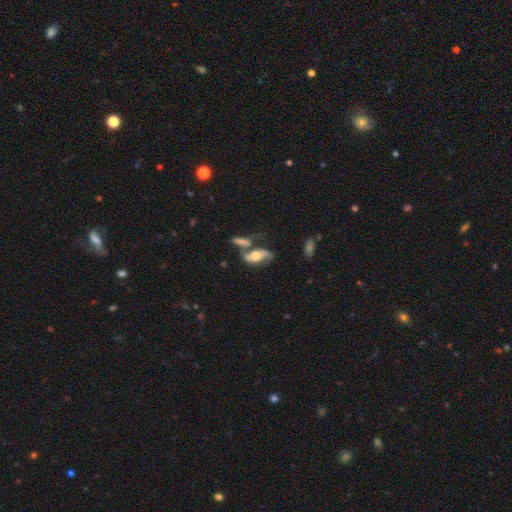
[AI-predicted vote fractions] A featured or disk galaxy (51%). Merging: none (40%).